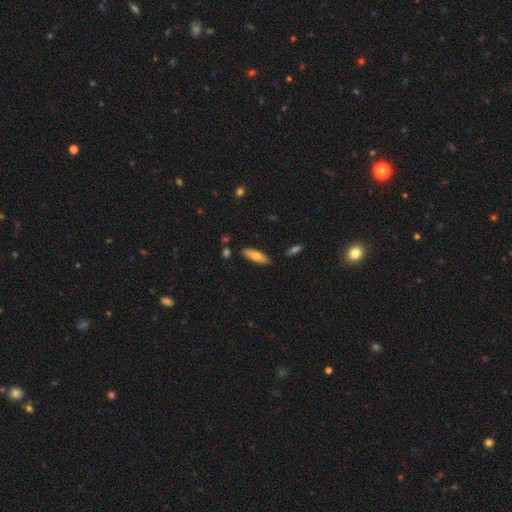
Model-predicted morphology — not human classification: Smooth or featured? Predicted: smooth (p=0.69). How rounded? Predicted: cigar-shaped (p=0.53). Merging? Predicted: none (p=0.85).